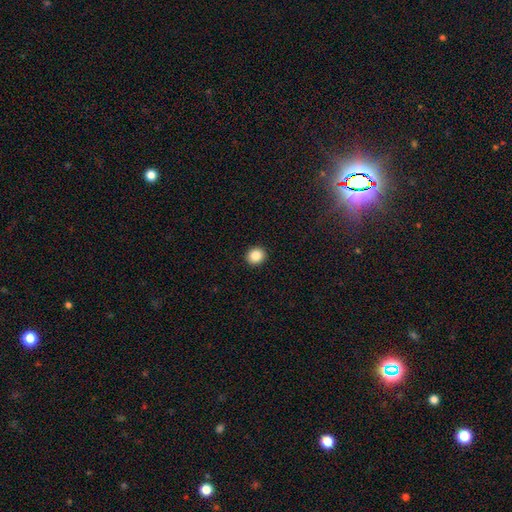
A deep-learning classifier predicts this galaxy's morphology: smooth-or-featured: smooth: 86% | star or artifact: 10% | featured or disk: 4%
  how-rounded: round: 85% | in between: 14% | cigar-shaped: 1%
  merging: none: 93% | minor disturbance: 4% | major disturbance: 1% | merger: 1%